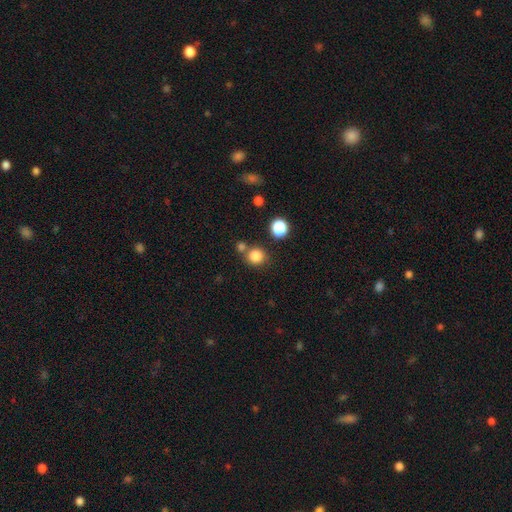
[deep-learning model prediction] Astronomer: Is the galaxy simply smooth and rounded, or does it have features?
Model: smooth — 82%.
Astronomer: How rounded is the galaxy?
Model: round — 88%.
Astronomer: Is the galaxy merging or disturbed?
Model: none — 69%.